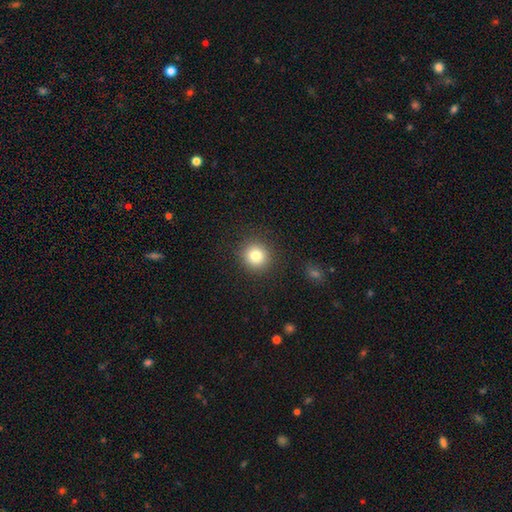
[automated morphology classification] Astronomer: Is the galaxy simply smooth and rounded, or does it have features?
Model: smooth — 81%.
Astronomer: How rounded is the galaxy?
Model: round — 93%.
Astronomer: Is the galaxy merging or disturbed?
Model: none — 91%.